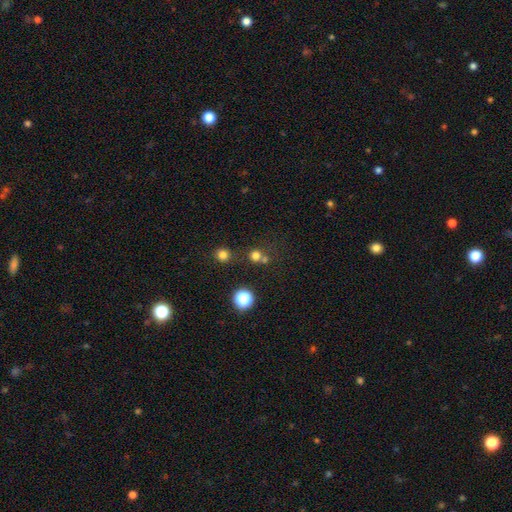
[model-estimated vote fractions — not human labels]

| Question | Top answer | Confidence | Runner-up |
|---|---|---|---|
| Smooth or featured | smooth | 70% | star or artifact (23%) |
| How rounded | round | 89% | in between (10%) |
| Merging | none | 61% | merger (27%) |